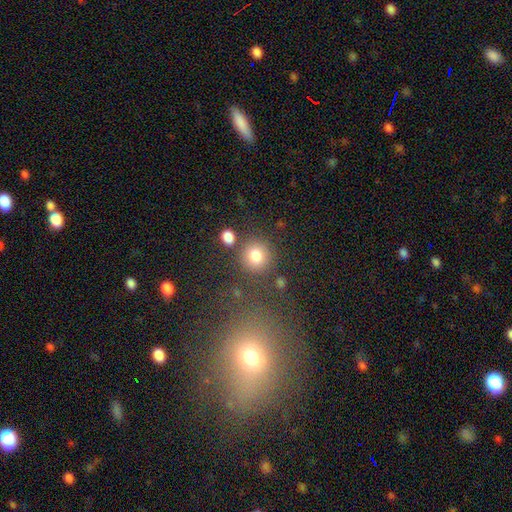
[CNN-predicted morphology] This is clearly a smooth galaxy (81%). How rounded: clearly round (87%). Merging: likely none (75%).